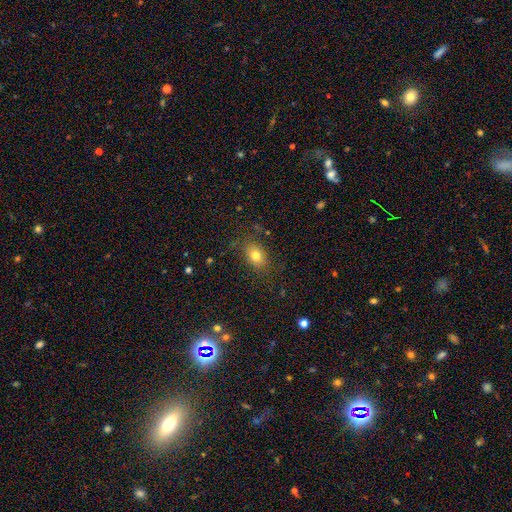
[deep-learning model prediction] The model was most divided on "how rounded": in between: 74%, round: 24%, cigar-shaped: 2%. More confident: merging — none (81%); smooth or featured — smooth (77%).